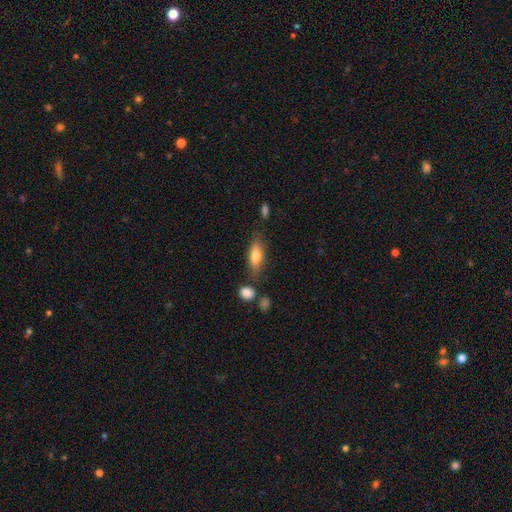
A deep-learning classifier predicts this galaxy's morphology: Smooth or featured?
  - smooth: 73% *
  - featured or disk: 19%
  - star or artifact: 7%
How rounded?
  - in between: 65% *
  - cigar-shaped: 32%
  - round: 3%
Merging?
  - none: 71% *
  - minor disturbance: 17%
  - merger: 7%
  - major disturbance: 5%